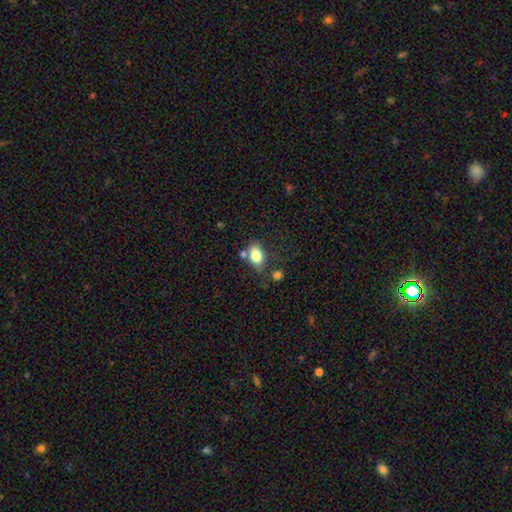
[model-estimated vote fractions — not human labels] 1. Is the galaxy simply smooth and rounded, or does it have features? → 80% smooth, 11% featured or disk, 9% star or artifact.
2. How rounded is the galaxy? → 85% in between, 13% round, 2% cigar-shaped.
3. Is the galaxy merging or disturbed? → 63% none, 17% minor disturbance, 14% merger, 5% major disturbance.